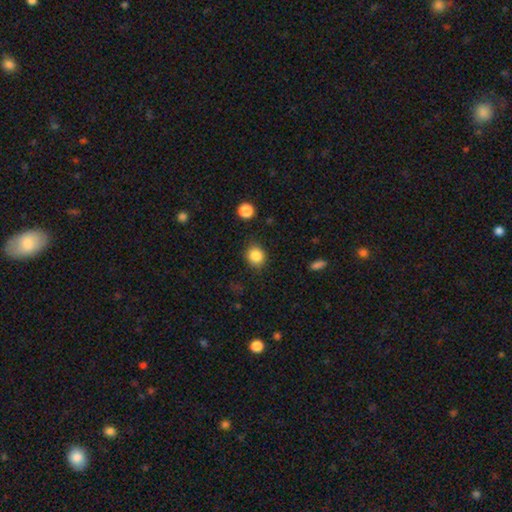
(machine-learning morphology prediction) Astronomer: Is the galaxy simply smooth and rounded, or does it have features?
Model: smooth — 85%.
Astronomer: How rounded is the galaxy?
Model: round — 76%.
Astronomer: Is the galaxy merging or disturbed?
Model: none — 85%.